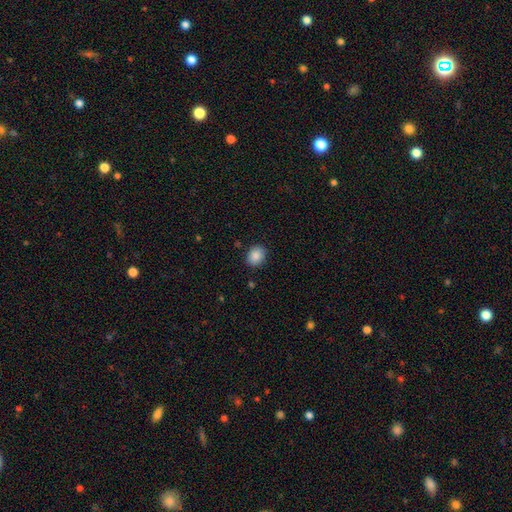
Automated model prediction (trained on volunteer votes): smooth 88%, star or artifact 8%, featured or disk 4%. Down the decision tree: how rounded — round (55%); merging — none (87%).